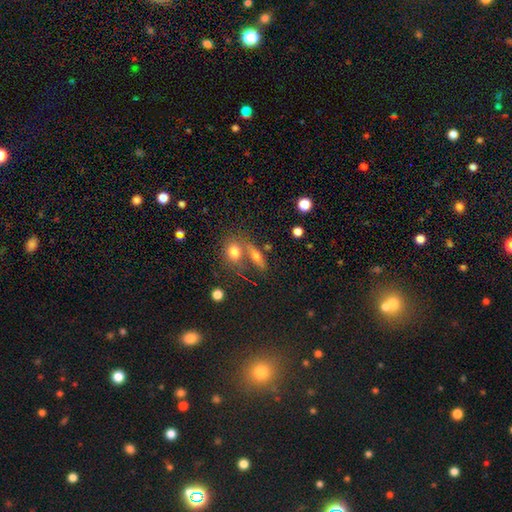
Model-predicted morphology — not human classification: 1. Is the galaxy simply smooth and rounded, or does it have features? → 63% smooth, 23% featured or disk, 13% star or artifact.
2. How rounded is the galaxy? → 49% in between, 35% cigar-shaped, 16% round.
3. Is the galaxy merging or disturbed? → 50% none, 34% merger, 11% minor disturbance, 5% major disturbance.